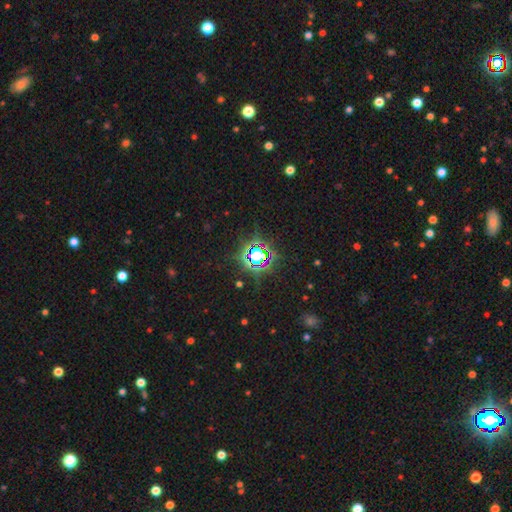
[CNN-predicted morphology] Smooth or featured? star or artifact (78%)